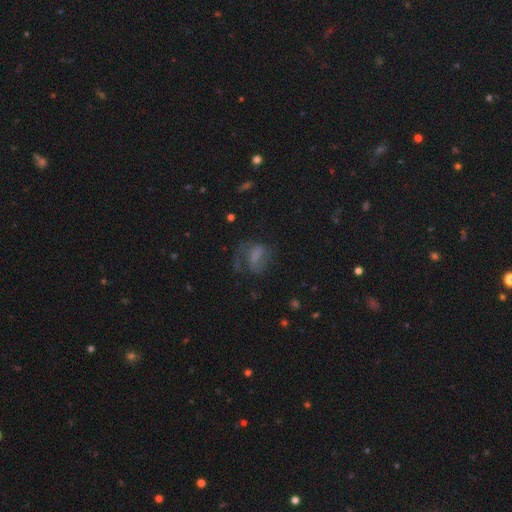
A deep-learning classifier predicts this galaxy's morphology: smooth_or_featured: smooth (p=0.44) [alt: featured or disk p=0.41]
merging: major disturbance (p=0.39) [alt: none p=0.37]